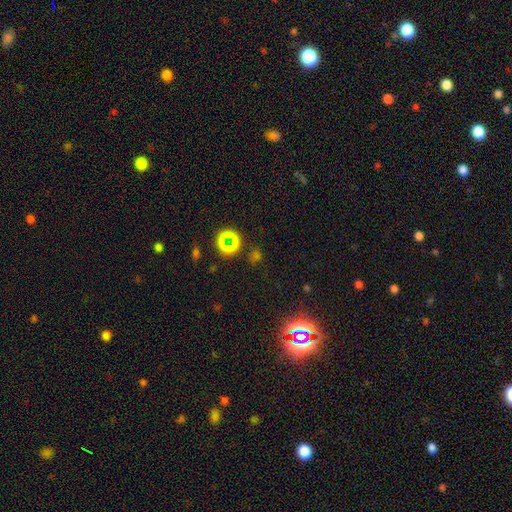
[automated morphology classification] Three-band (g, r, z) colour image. It shows a star or artifact, not a galaxy (65%).